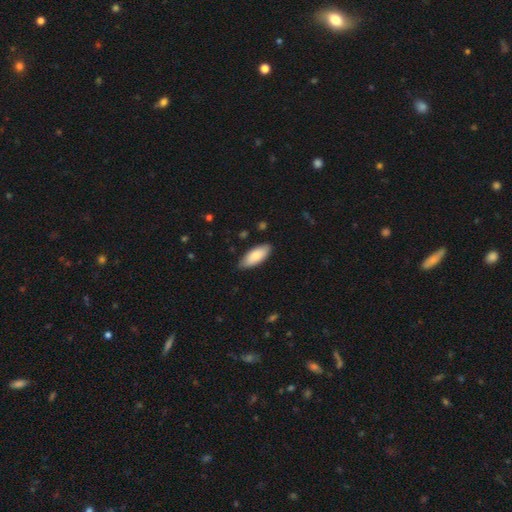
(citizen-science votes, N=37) Smooth or featured?
  - smooth: 81% *
  - featured or disk: 14%
  - star or artifact: 5%
How rounded?
  - in between: 97% *
  - cigar-shaped: 3%
  - round: 0%
Merging?
  - none: 83% *
  - minor disturbance: 17%
  - major disturbance: 0%
  - merger: 0%